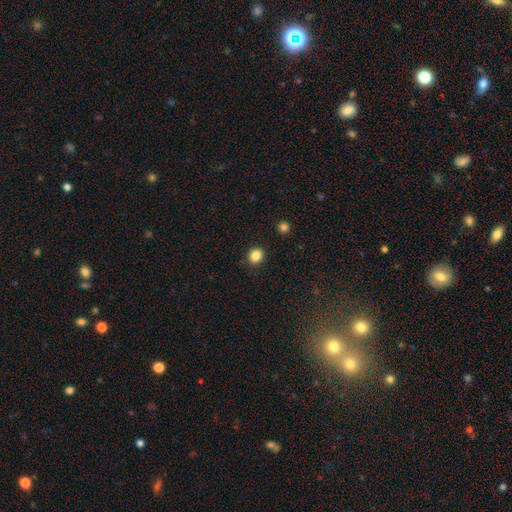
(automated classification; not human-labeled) This is clearly a smooth galaxy (85%). How rounded: clearly round (83%). Merging: clearly none (91%).